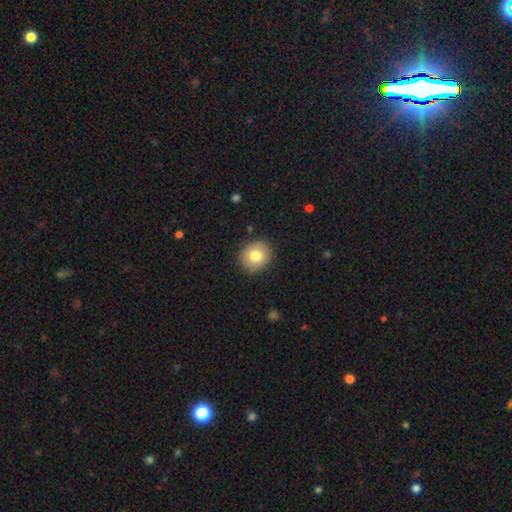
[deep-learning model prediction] Overall: smooth (79%). How rounded: round (82%). Merging: none (88%).